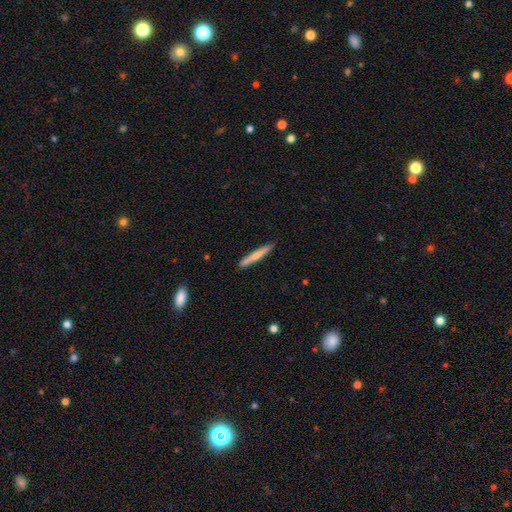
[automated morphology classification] smooth 63%, featured or disk 32%, star or artifact 5%. Down the decision tree: how rounded — cigar-shaped (95%); merging — none (89%).